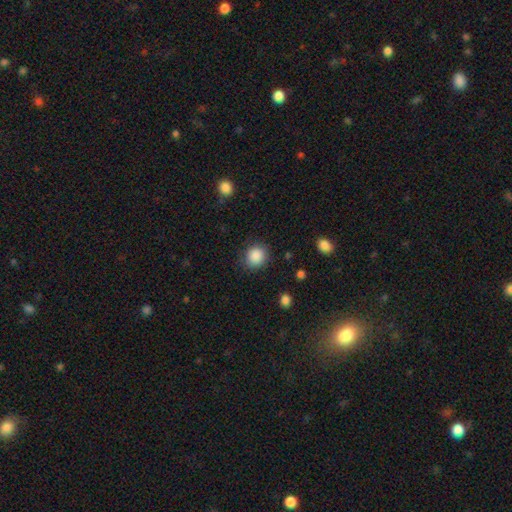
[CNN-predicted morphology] smooth_or_featured: smooth (p=0.88) [alt: star or artifact p=0.09]
how_rounded: round (p=0.83) [alt: in between p=0.16]
merging: none (p=0.86) [alt: minor disturbance p=0.09]